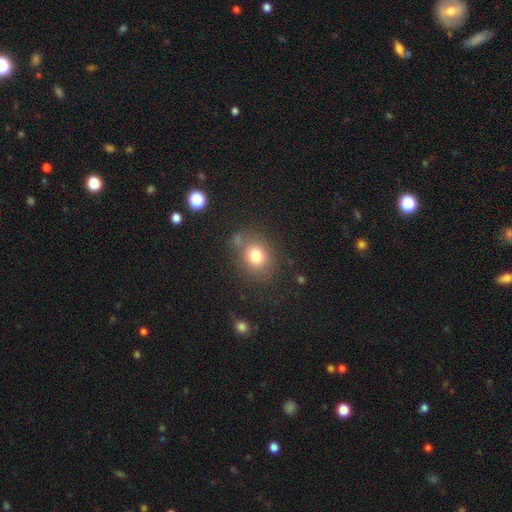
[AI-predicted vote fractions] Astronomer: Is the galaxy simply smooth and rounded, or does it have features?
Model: smooth — 78%.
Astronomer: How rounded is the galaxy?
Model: round — 66%.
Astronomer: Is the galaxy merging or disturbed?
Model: none — 75%.